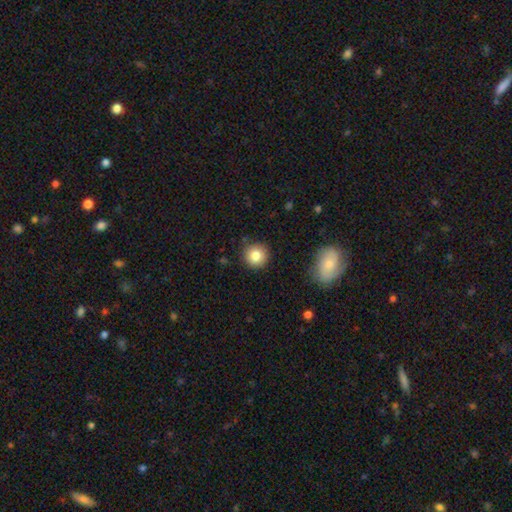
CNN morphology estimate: smooth_or_featured: smooth (p=0.83) [alt: star or artifact p=0.10]
how_rounded: round (p=0.94) [alt: in between p=0.05]
merging: none (p=0.89) [alt: minor disturbance p=0.07]